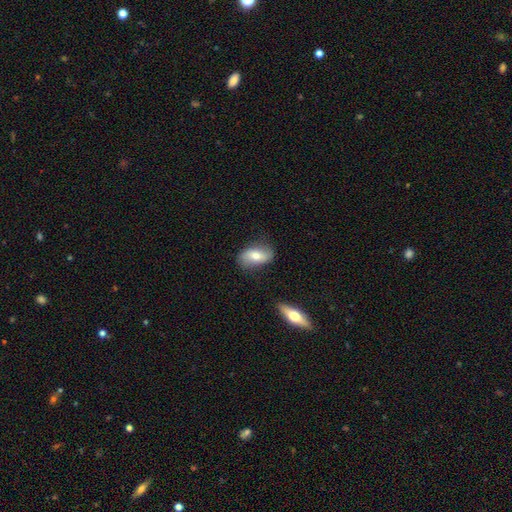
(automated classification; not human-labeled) Smooth or featured?
  - smooth: 59% *
  - featured or disk: 34%
  - star or artifact: 7%
How rounded?
  - in between: 89% *
  - round: 6%
  - cigar-shaped: 5%
Merging?
  - none: 74% *
  - minor disturbance: 19%
  - major disturbance: 4%
  - merger: 3%